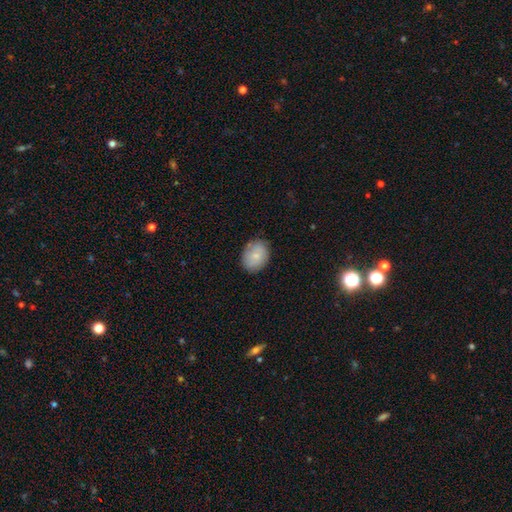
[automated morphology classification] This is likely a smooth galaxy (76%). How rounded: possibly in between (56%). Merging: likely none (79%).